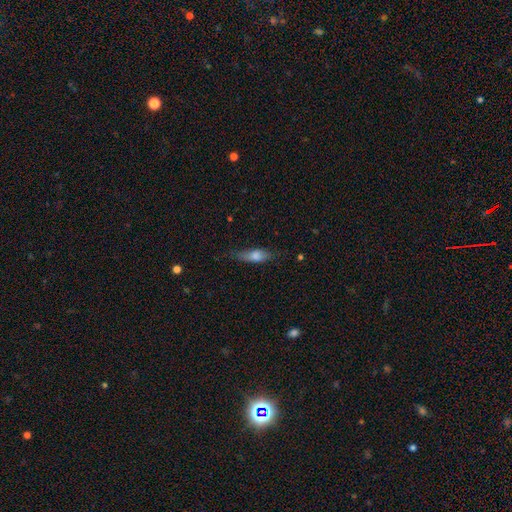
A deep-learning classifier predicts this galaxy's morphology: Smooth or featured? smooth (72%)
How rounded? in between (55%)
Merging? none (67%)